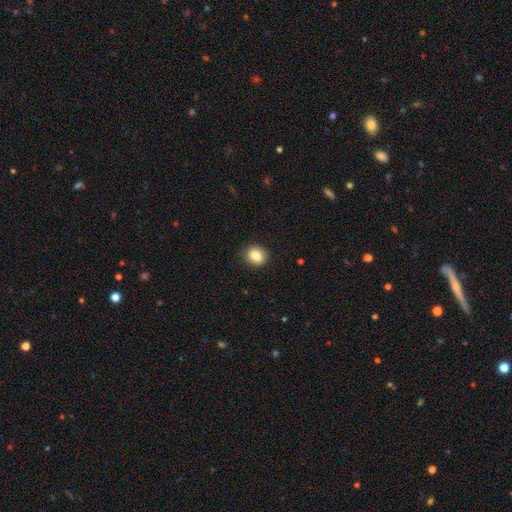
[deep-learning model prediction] smooth_or_featured: smooth (p=0.84) [alt: star or artifact p=0.09]
how_rounded: round (p=0.65) [alt: in between p=0.34]
merging: none (p=0.89) [alt: minor disturbance p=0.08]